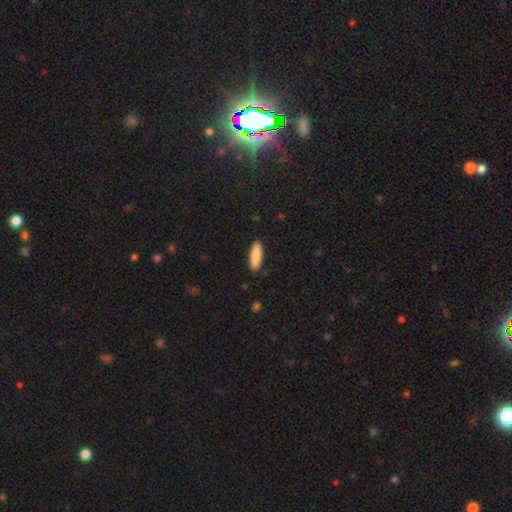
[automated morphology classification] Smooth or featured? smooth (90%)
How rounded? in between (63%)
Merging? none (88%)